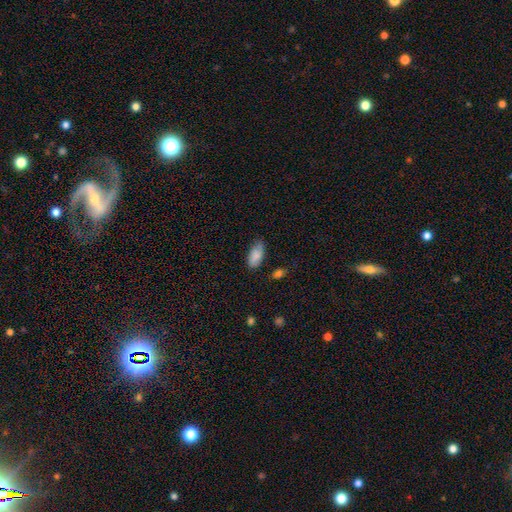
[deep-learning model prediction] smooth_or_featured: smooth (p=0.81) [alt: featured or disk p=0.12]
how_rounded: in between (p=0.91) [alt: cigar-shaped p=0.07]
merging: none (p=0.62) [alt: minor disturbance p=0.30]